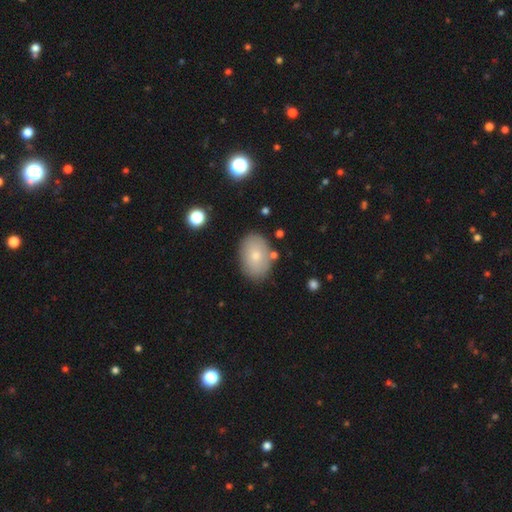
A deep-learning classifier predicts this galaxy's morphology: This is likely a smooth galaxy (75%). How rounded: clearly in between (84%). Merging: clearly none (82%).